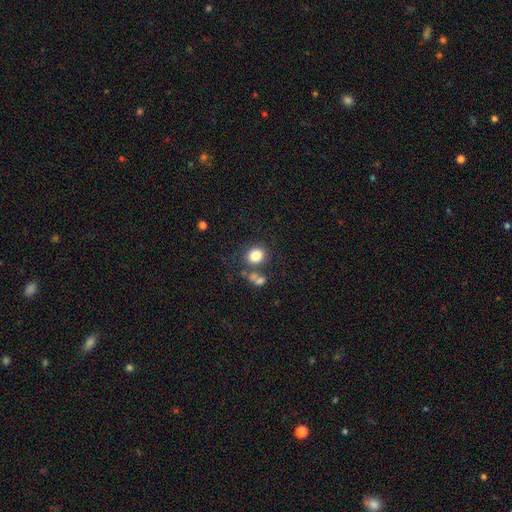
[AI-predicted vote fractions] Smooth or featured: smooth — 81% (star or artifact — 11%)
How rounded: round — 74% (in between — 25%)
Merging: none — 67% (merger — 16%)